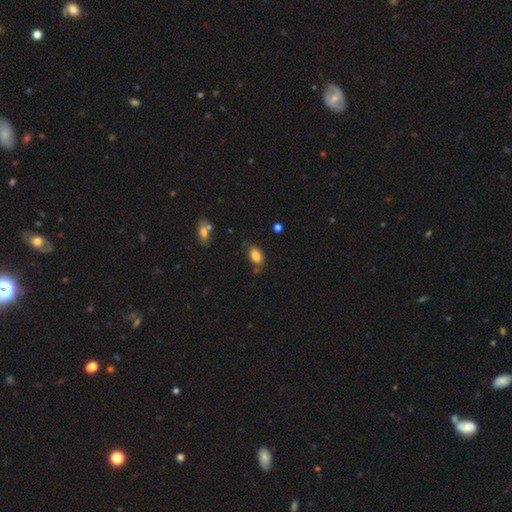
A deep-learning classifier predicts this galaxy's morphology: A smooth galaxy with no disk features (85%) that is in between round and cigar-shaped (91%). Merging: none (78%).